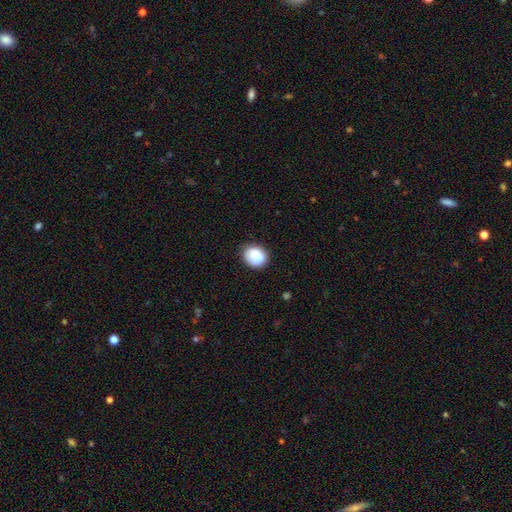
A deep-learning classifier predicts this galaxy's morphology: This appears to be a smooth galaxy with no disk features (86%) that is round (67%). Merging: none (82%).